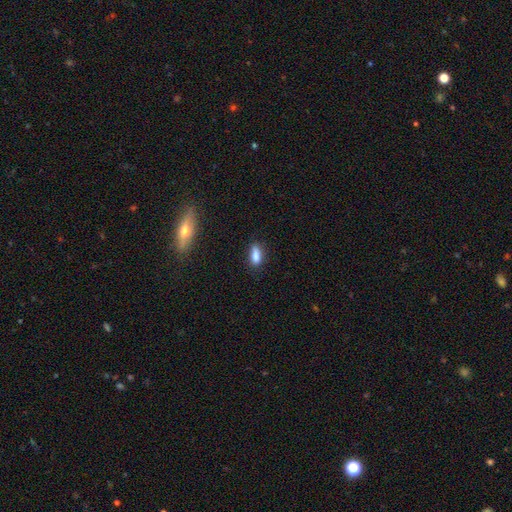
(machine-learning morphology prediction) This is clearly a smooth galaxy (84%). How rounded: likely in between (73%). Merging: likely none (73%).